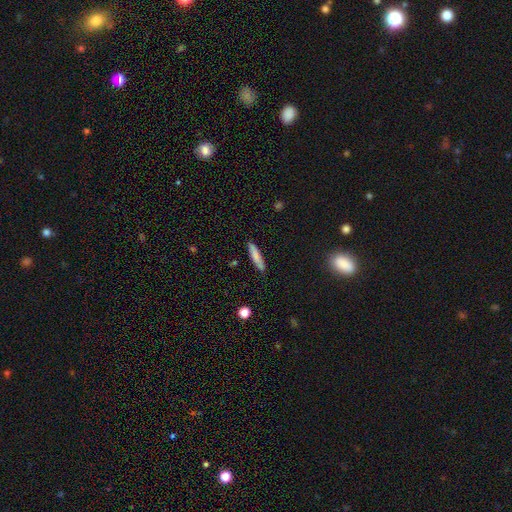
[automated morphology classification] smooth 79%, featured or disk 14%, star or artifact 7%. Down the decision tree: how rounded — cigar-shaped (85%); merging — none (88%).